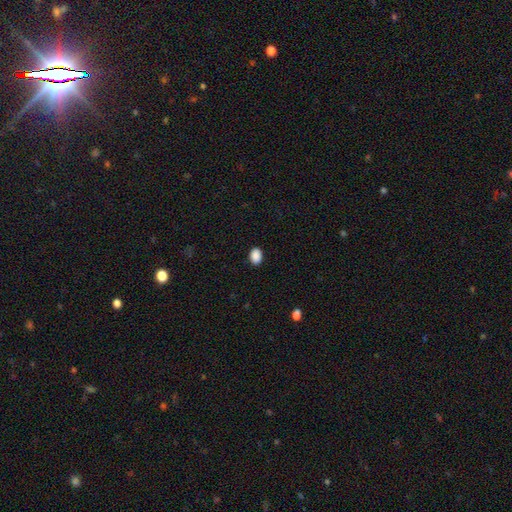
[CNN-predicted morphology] Smooth or featured? Predicted: smooth (p=0.90). How rounded? Predicted: in between (p=0.75). Merging? Predicted: none (p=0.89).